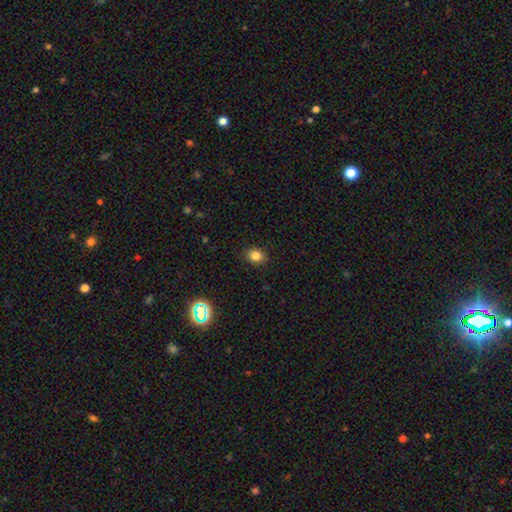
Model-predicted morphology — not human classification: smooth_or_featured: smooth (p=0.82) [alt: star or artifact p=0.13]
how_rounded: round (p=0.56) [alt: in between p=0.43]
merging: none (p=0.88) [alt: minor disturbance p=0.09]